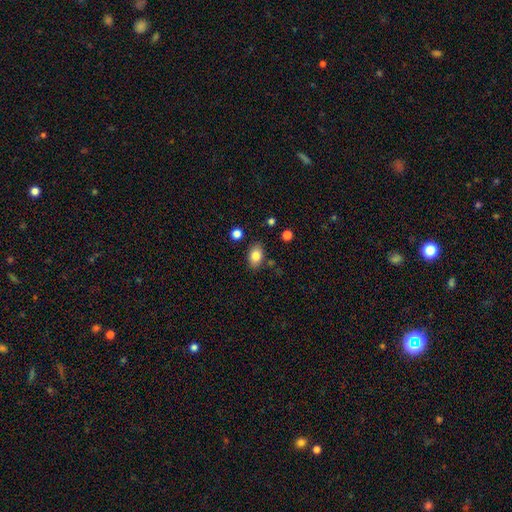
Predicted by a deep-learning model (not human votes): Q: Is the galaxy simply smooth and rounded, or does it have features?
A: smooth — 83%.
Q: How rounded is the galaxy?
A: in between — 85%.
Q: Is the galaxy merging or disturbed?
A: none — 82%.